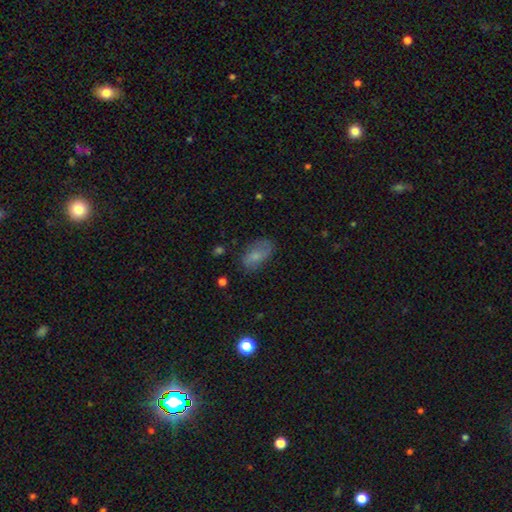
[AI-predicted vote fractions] smooth_or_featured: smooth (p=0.65) [alt: featured or disk p=0.25]
how_rounded: in between (p=0.90) [alt: round p=0.06]
merging: none (p=0.69) [alt: minor disturbance p=0.22]